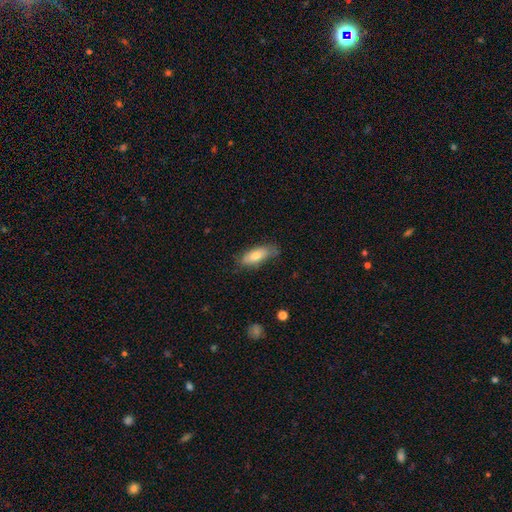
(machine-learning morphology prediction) This is likely a smooth galaxy (73%). How rounded: likely in between (75%). Merging: likely none (69%).